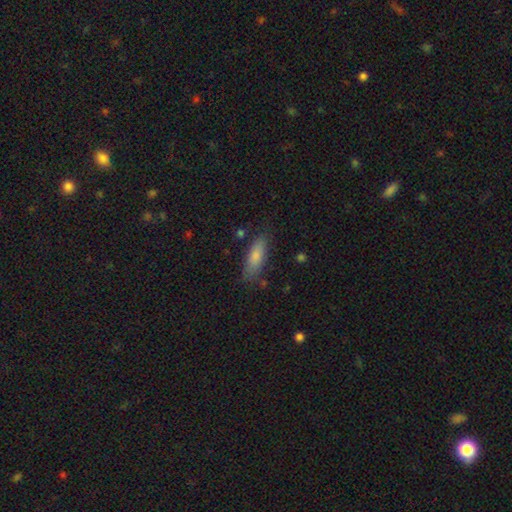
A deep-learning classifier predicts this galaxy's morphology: A smooth galaxy with no disk features (76%) that is in between round and cigar-shaped (52%).

Vote fractions:
- Smooth or featured? smooth: 76% / featured or disk: 16% / star or artifact: 8%
- How rounded? in between: 52% / cigar-shaped: 46% / round: 2%
- Merging? none: 80% / minor disturbance: 14% / major disturbance: 3% / merger: 2%